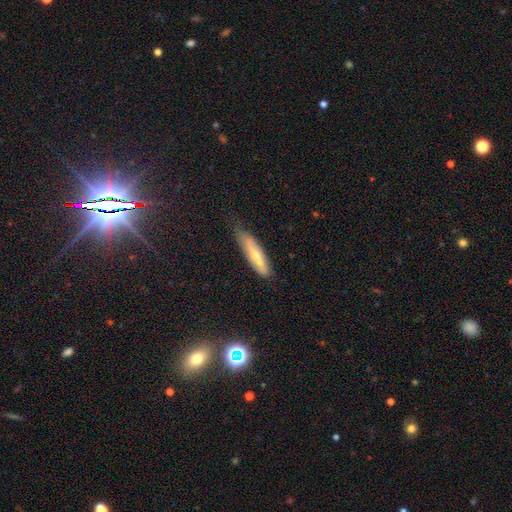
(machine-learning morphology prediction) smooth 54%, featured or disk 40%, star or artifact 6%. Down the decision tree: how rounded — cigar-shaped (71%); merging — none (62%).